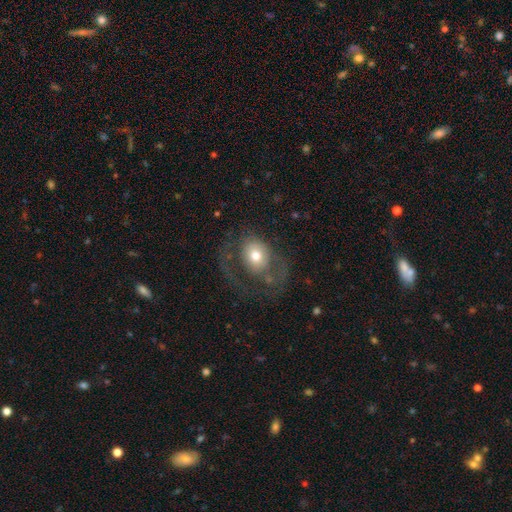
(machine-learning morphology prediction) Smooth or featured? smooth (52%)
How rounded? round (50%)
Merging? major disturbance (45%)